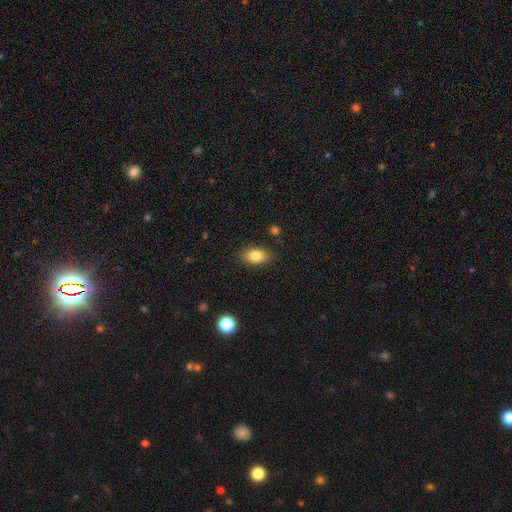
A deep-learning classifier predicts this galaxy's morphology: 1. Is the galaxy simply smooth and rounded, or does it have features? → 83% smooth, 8% star or artifact, 8% featured or disk.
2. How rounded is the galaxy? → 86% in between, 11% round, 2% cigar-shaped.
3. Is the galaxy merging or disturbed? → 85% none, 11% minor disturbance, 3% major disturbance, 1% merger.